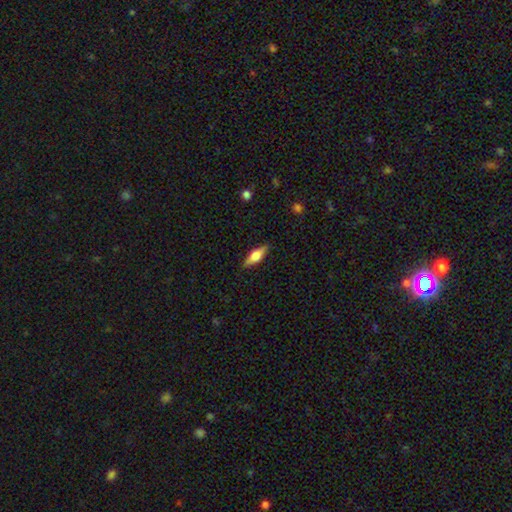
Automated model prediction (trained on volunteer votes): This appears to be a featured or disk galaxy (50%) viewed edge-on (94%). Merging: none (88%).